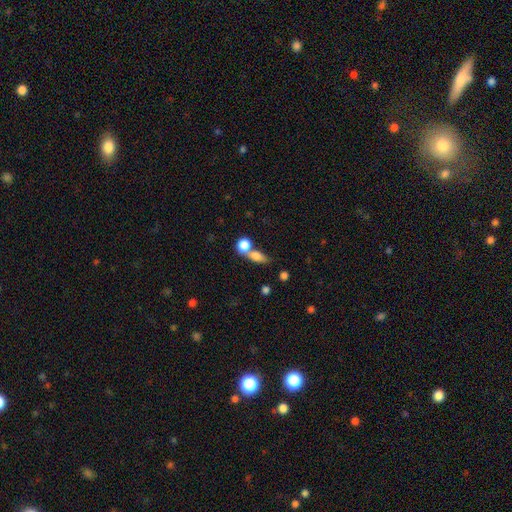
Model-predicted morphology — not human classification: Smooth or featured?
  - smooth: 78% *
  - featured or disk: 13%
  - star or artifact: 9%
How rounded?
  - in between: 62% *
  - round: 26%
  - cigar-shaped: 12%
Merging?
  - merger: 51% *
  - none: 34%
  - minor disturbance: 9%
  - major disturbance: 6%